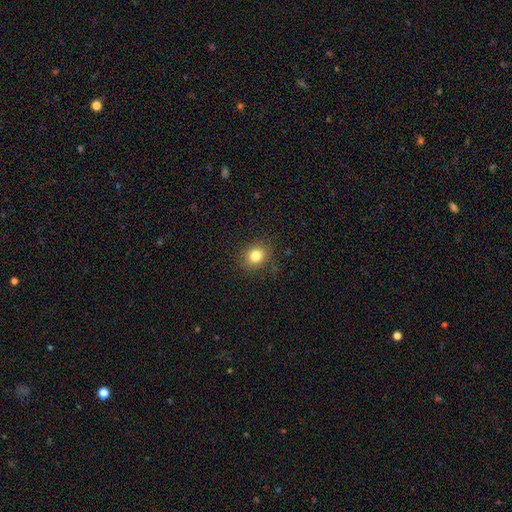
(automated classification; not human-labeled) This appears to be a smooth galaxy with no disk features (81%) that is round (64%). Merging: none (87%).